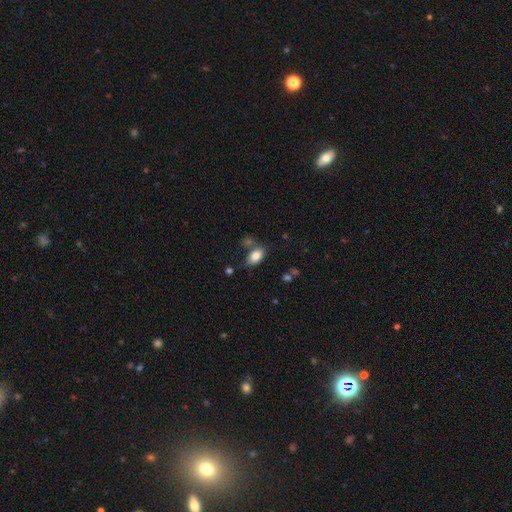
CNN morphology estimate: smooth 84%, star or artifact 8%, featured or disk 7%. Down the decision tree: how rounded — in between (92%); merging — none (65%).